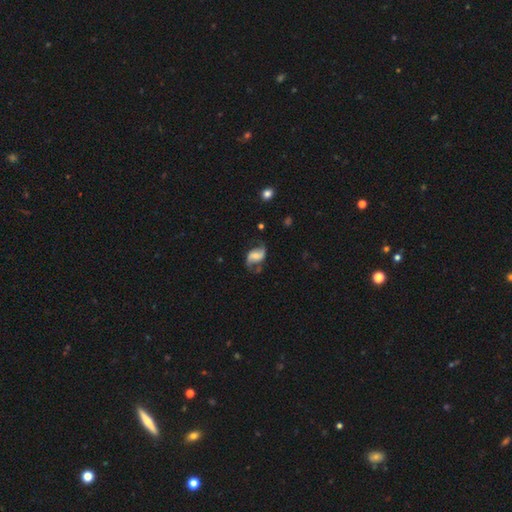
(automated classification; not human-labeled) A featured or disk galaxy (77%) with a weak bar (42%), 2 (91%) loose (58%) spiral arms (93%) and a small central bulge (37%).

Vote fractions:
- Smooth or featured? featured or disk: 77% / smooth: 16% / star or artifact: 7%
- Edge-on disk? no: 97% / yes: 3%
- Bar? weak: 42% / no: 32% / strong: 26%
- Spiral arms? yes: 93% / no: 7%
- Spiral winding? loose: 58% / medium: 33% / tight: 9%
- Spiral arm count? 2: 91% / can't tell: 3% / 1: 3% / 3: 1% / 4: 1% / more than 4: 1%
- Bulge size? small: 37% / moderate: 29% / none: 21% / large: 10% / dominant: 2%
- Merging? none: 63% / minor disturbance: 21% / major disturbance: 12% / merger: 3%